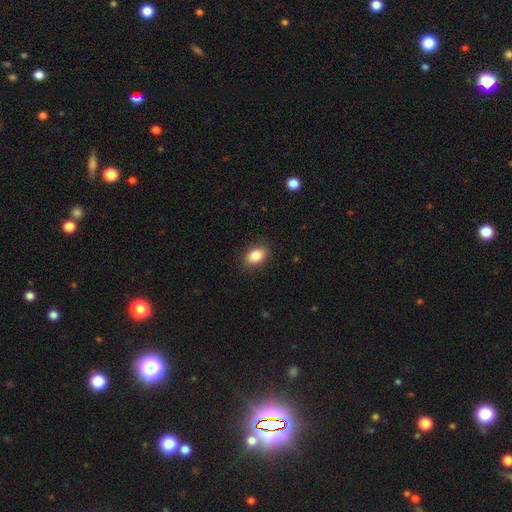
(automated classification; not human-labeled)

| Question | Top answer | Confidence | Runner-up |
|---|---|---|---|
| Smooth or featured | smooth | 86% | star or artifact (8%) |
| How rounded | in between | 81% | round (17%) |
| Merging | none | 88% | minor disturbance (9%) |